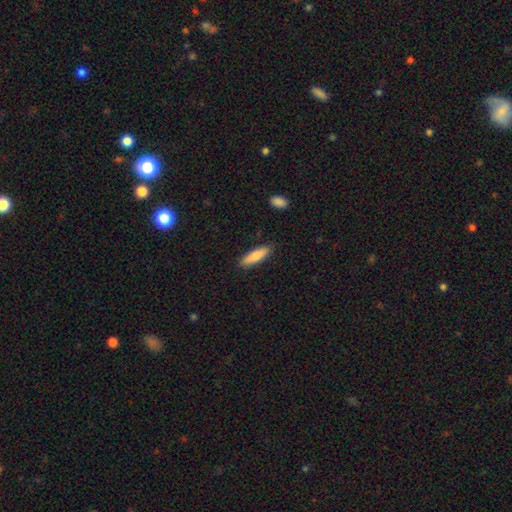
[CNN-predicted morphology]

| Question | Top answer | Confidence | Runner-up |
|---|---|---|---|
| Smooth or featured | smooth | 78% | featured or disk (16%) |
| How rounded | cigar-shaped | 65% | in between (33%) |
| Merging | none | 88% | minor disturbance (9%) |